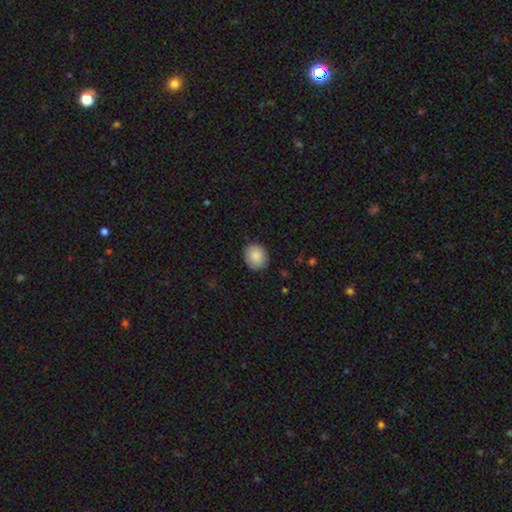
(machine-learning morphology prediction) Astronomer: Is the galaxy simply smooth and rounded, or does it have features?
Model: smooth — 88%.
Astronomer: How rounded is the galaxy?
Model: round — 68%.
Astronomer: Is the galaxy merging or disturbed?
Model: none — 85%.